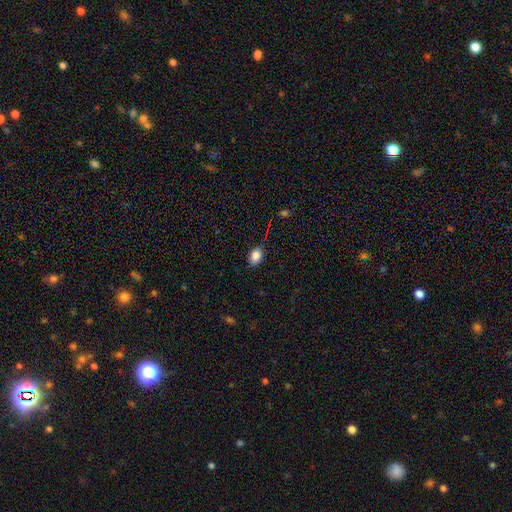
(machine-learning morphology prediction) Q: Smooth or featured?
A: smooth (85%); runner-up: star or artifact (9%)
Q: How rounded?
A: in between (76%); runner-up: round (23%)
Q: Merging?
A: none (76%); runner-up: minor disturbance (18%)